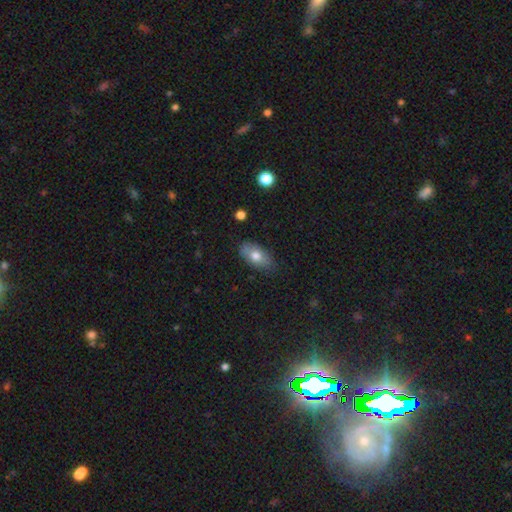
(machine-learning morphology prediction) Smooth or featured? smooth (72%)
How rounded? in between (90%)
Merging? none (78%)